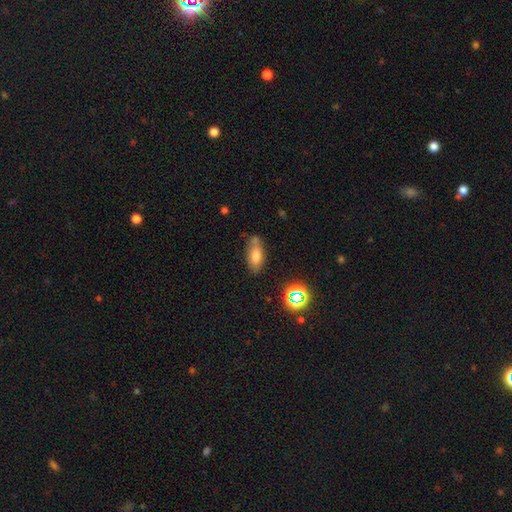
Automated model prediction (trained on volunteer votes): Overall: smooth (70%). How rounded: in between (83%). Merging: none (59%; minor disturbance 23%).